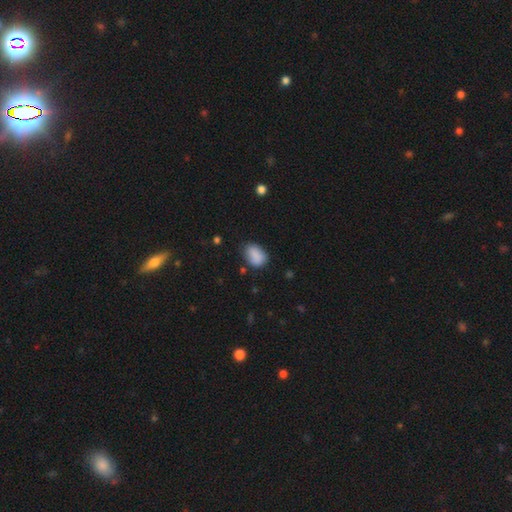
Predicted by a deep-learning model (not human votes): Smooth or featured?
  - smooth: 87% *
  - star or artifact: 8%
  - featured or disk: 5%
How rounded?
  - in between: 79% *
  - round: 20%
  - cigar-shaped: 1%
Merging?
  - none: 72% *
  - minor disturbance: 21%
  - major disturbance: 5%
  - merger: 2%